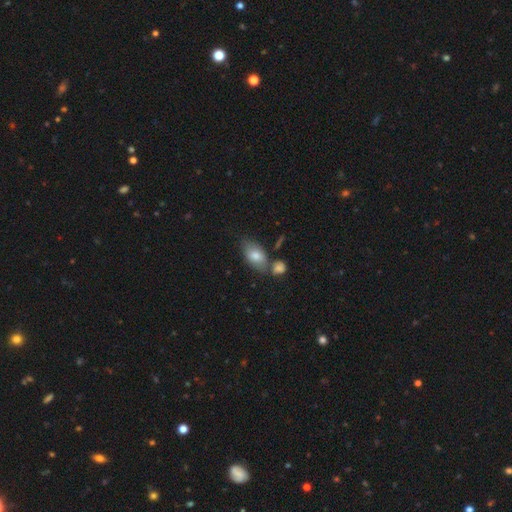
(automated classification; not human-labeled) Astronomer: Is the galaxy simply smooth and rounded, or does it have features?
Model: smooth — 74%.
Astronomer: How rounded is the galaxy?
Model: in between — 89%.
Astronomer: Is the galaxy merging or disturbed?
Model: none — 54%.